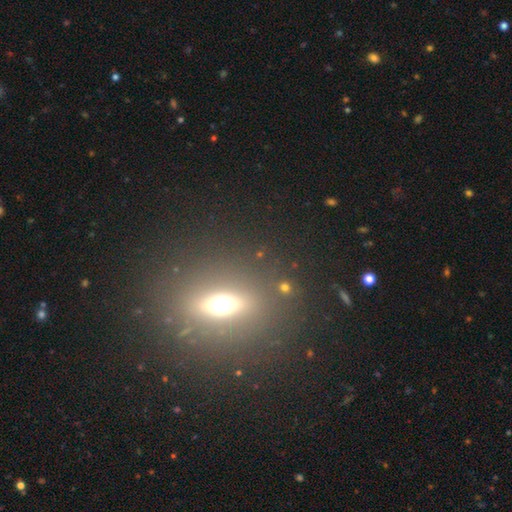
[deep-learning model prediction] This appears to be a featured or disk galaxy (44%). Merging: none (87%).